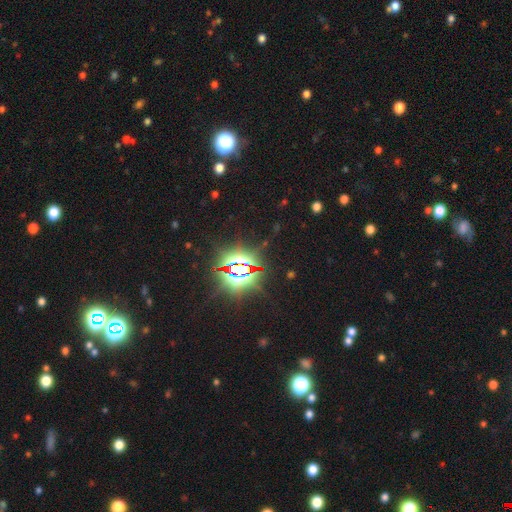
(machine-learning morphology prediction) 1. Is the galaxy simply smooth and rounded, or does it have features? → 84% star or artifact, 9% smooth, 7% featured or disk.